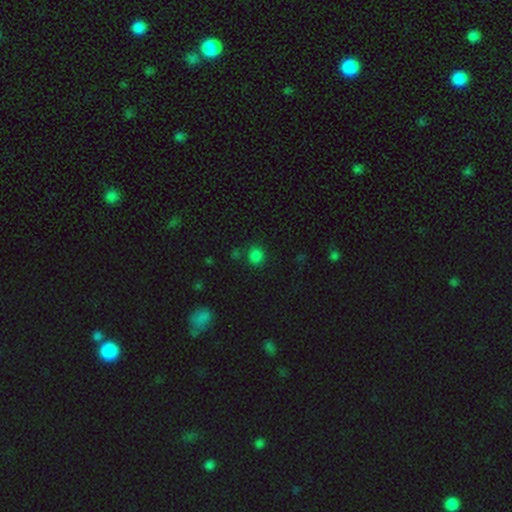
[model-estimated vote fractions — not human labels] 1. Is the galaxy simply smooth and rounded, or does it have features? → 81% smooth, 16% star or artifact, 3% featured or disk.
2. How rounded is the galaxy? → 83% round, 16% in between, 1% cigar-shaped.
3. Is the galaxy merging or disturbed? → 82% none, 10% minor disturbance, 5% merger, 3% major disturbance.